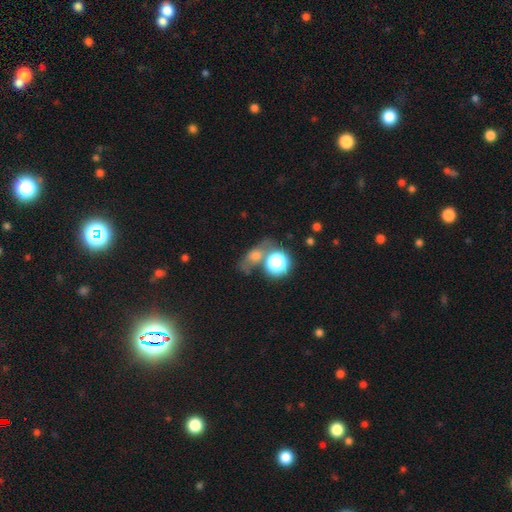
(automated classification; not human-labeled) Smooth or featured? smooth (50%)
How rounded? round (47%)
Merging? none (51%)